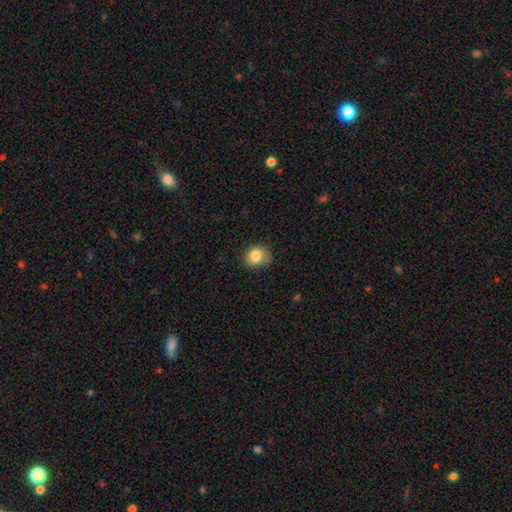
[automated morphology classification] smooth-or-featured: smooth: 84% | star or artifact: 10% | featured or disk: 7%
  how-rounded: round: 67% | in between: 33% | cigar-shaped: 1%
  merging: none: 68% | minor disturbance: 25% | major disturbance: 5% | merger: 2%